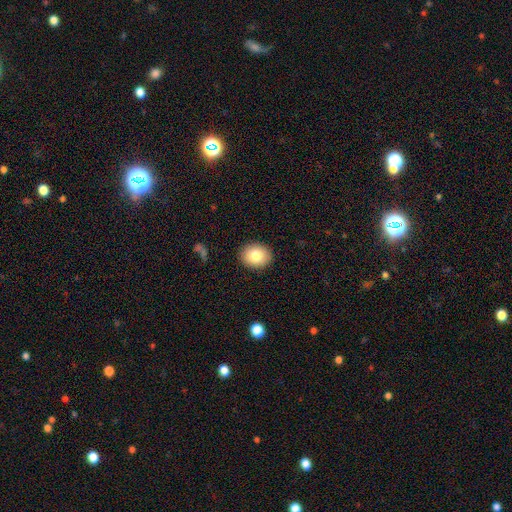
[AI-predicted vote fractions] Q: Smooth or featured?
A: smooth (82%); runner-up: featured or disk (9%)
Q: How rounded?
A: round (56%); runner-up: in between (43%)
Q: Merging?
A: none (90%); runner-up: minor disturbance (7%)